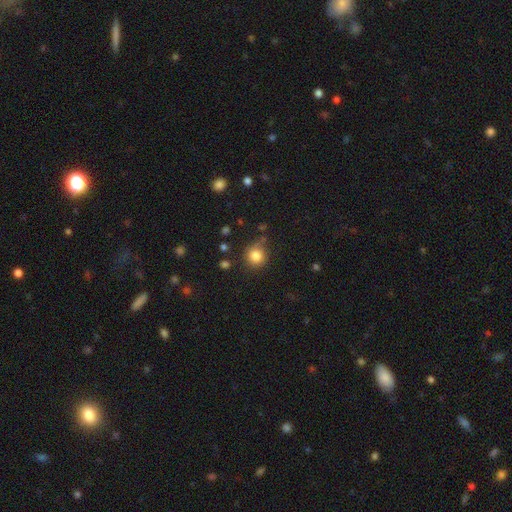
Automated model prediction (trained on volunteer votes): smooth-or-featured: smooth: 83% | star or artifact: 11% | featured or disk: 6%
  how-rounded: round: 91% | in between: 8% | cigar-shaped: 1%
  merging: none: 75% | minor disturbance: 15% | merger: 5% | major disturbance: 5%